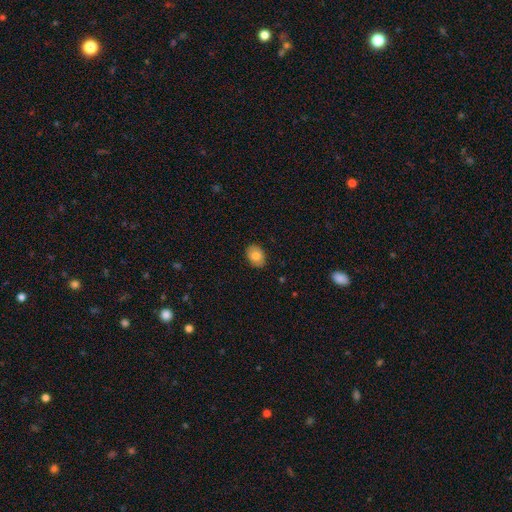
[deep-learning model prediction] Smooth or featured? Predicted: smooth (p=0.78). How rounded? Predicted: in between (p=0.63). Merging? Predicted: none (p=0.88).